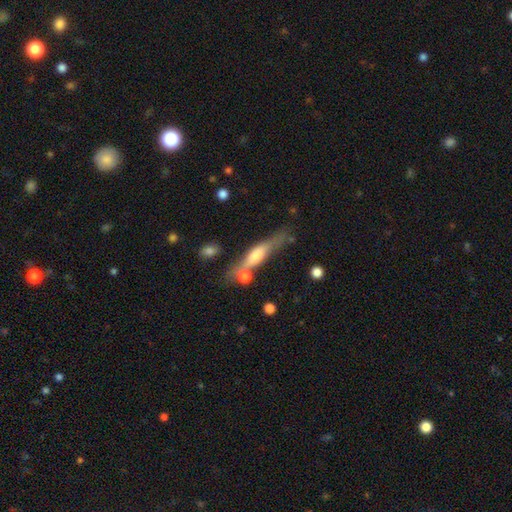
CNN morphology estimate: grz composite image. It shows a featured or disk galaxy (48%). Merging: none (58%).